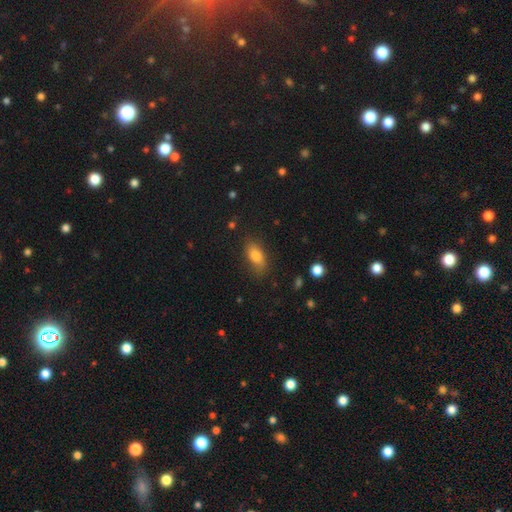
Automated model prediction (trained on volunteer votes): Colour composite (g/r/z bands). It shows a smooth galaxy with no disk features (80%) that is in between round and cigar-shaped (85%). Merging: none (76%).